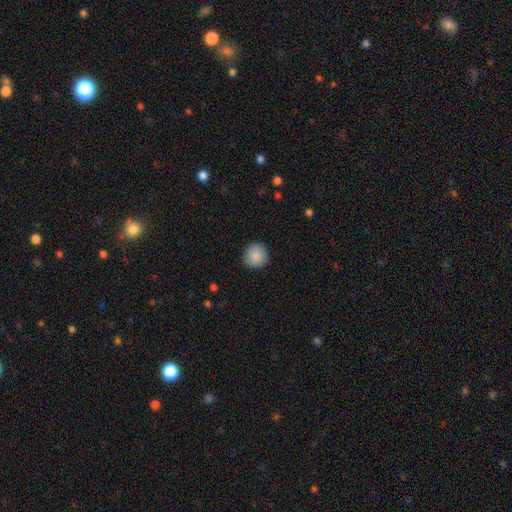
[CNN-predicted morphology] smooth_or_featured: smooth (p=0.89) [alt: star or artifact p=0.07]
how_rounded: round (p=0.93) [alt: in between p=0.06]
merging: none (p=0.89) [alt: minor disturbance p=0.08]